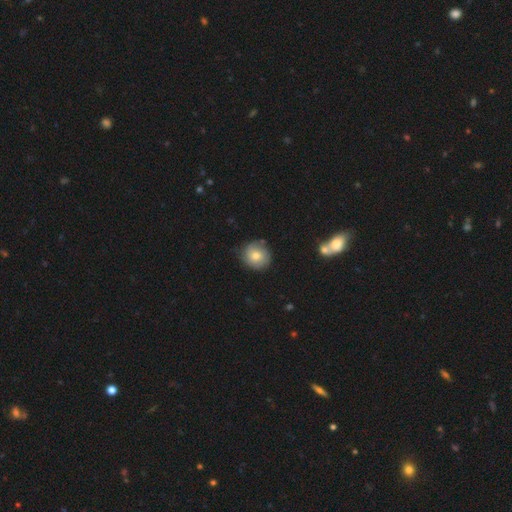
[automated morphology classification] Smooth or featured? smooth (72%)
How rounded? round (89%)
Merging? none (79%)